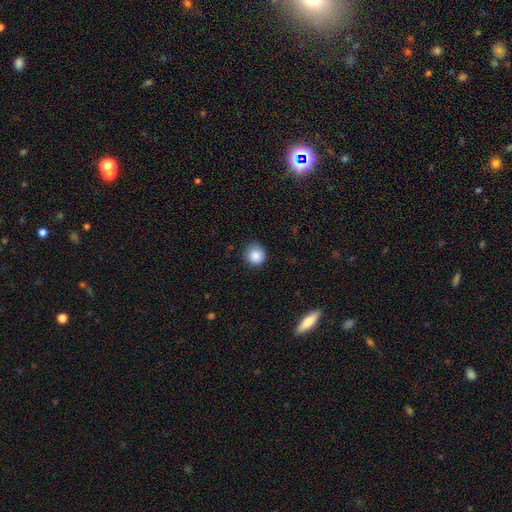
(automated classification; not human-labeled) A smooth galaxy with no disk features (86%) that is round (91%). Merging: none (83%).